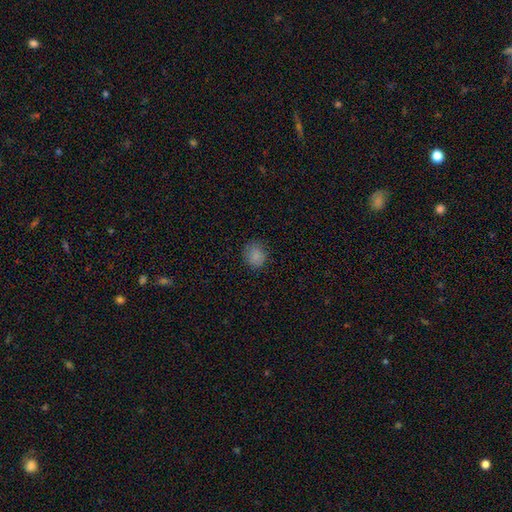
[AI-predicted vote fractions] Overall: smooth (84%). How rounded: round (75%). Merging: none (83%).